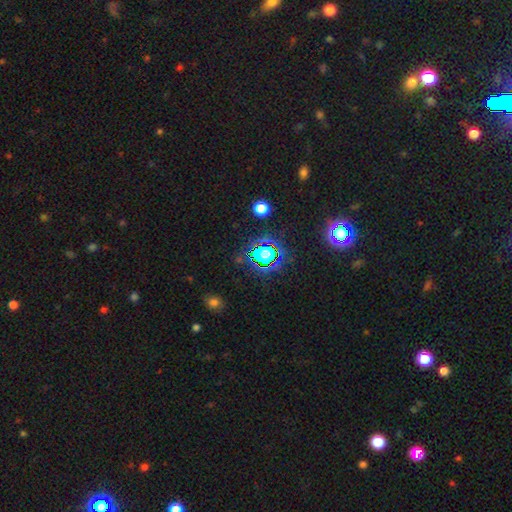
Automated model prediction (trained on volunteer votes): A star or artifact, not a galaxy (76%).